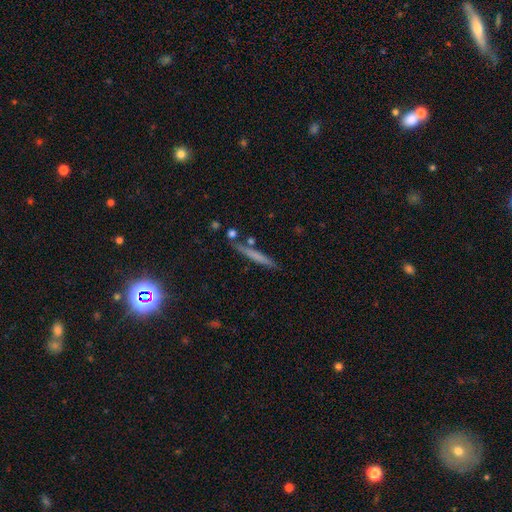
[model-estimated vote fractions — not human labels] A smooth galaxy with no disk features (59%) that is cigar-shaped (94%).

Vote fractions:
- Smooth or featured? smooth: 59% / featured or disk: 32% / star or artifact: 8%
- How rounded? cigar-shaped: 94% / in between: 4% / round: 2%
- Merging? none: 80% / minor disturbance: 12% / merger: 6% / major disturbance: 3%